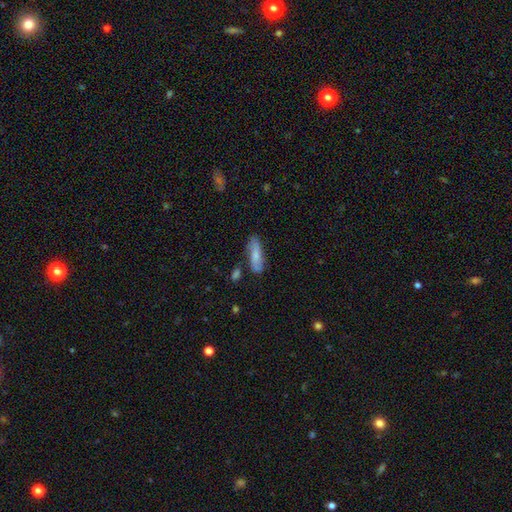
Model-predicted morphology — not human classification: A smooth galaxy with no disk features (69%) that is in between round and cigar-shaped (52%).

Vote fractions:
- Smooth or featured? smooth: 69% / featured or disk: 24% / star or artifact: 7%
- How rounded? in between: 52% / cigar-shaped: 45% / round: 2%
- Merging? none: 70% / minor disturbance: 20% / merger: 5% / major disturbance: 5%